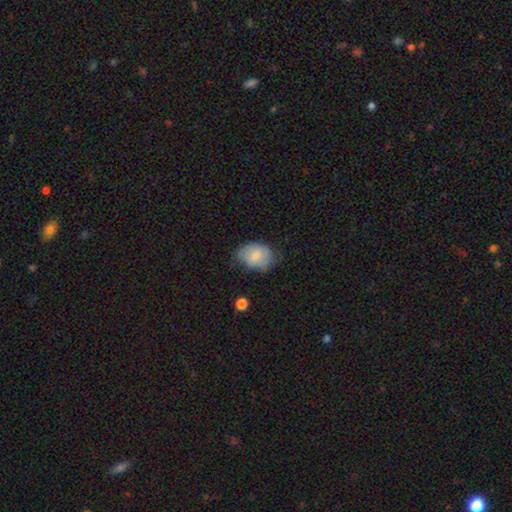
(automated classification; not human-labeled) A smooth galaxy with no disk features (75%) that is in between round and cigar-shaped (69%).

Vote fractions:
- Smooth or featured? smooth: 75% / featured or disk: 18% / star or artifact: 7%
- How rounded? in between: 69% / round: 30% / cigar-shaped: 1%
- Merging? none: 55% / minor disturbance: 34% / major disturbance: 9% / merger: 2%